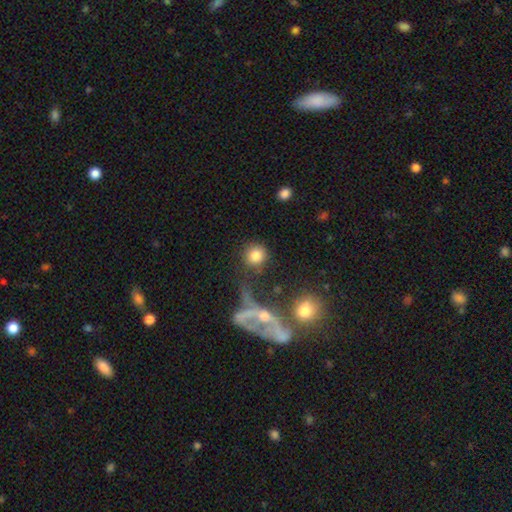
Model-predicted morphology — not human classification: smooth_or_featured: smooth (p=0.80) [alt: featured or disk p=0.11]
how_rounded: round (p=0.89) [alt: in between p=0.09]
merging: none (p=0.72) [alt: minor disturbance p=0.11]